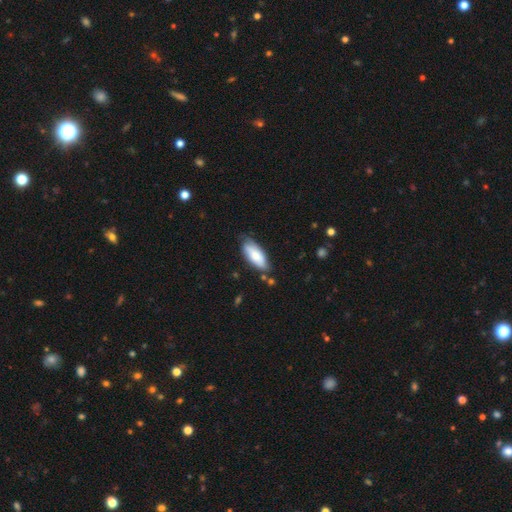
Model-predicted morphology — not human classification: Smooth or featured? Predicted: smooth (p=0.76). How rounded? Predicted: in between (p=0.77). Merging? Predicted: none (p=0.68).